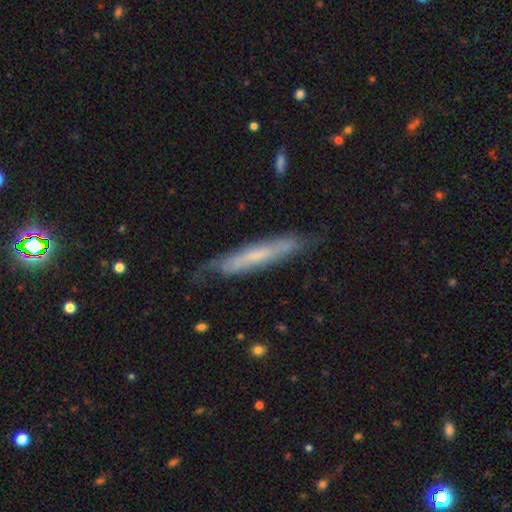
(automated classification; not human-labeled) Overall: featured or disk (54%; smooth 39%). Edge-on disk: yes (65%; no 35%). Merging: none (66%).